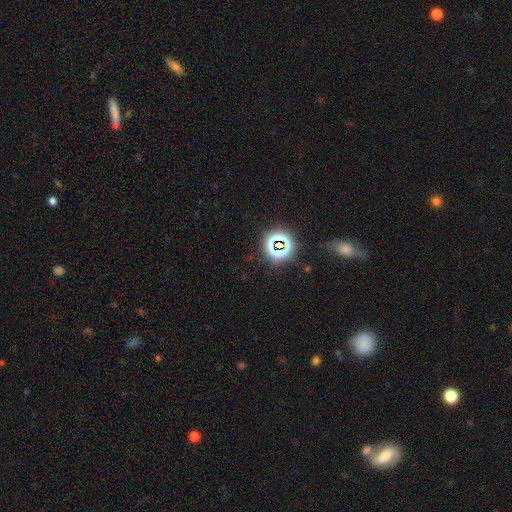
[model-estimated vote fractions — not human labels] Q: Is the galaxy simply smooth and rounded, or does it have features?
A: star or artifact — 74%.